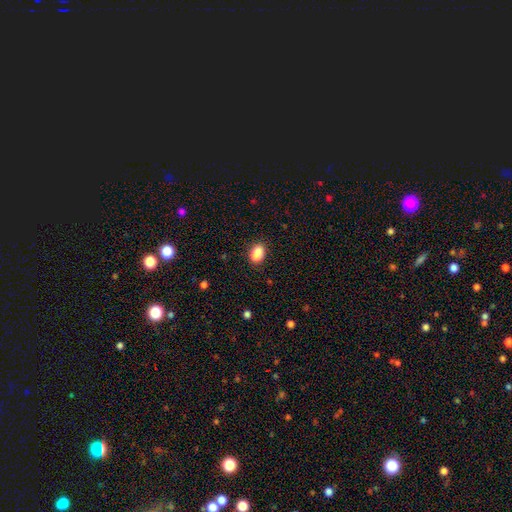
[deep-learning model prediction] Smooth or featured? smooth (85%)
How rounded? in between (85%)
Merging? none (72%)